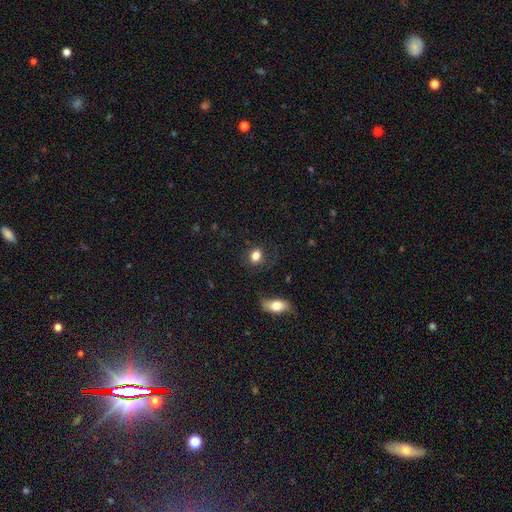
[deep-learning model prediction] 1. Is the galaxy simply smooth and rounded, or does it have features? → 82% smooth, 10% star or artifact, 8% featured or disk.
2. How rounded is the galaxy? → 52% round, 47% in between, 2% cigar-shaped.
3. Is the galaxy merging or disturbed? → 75% none, 15% minor disturbance, 7% major disturbance, 3% merger.